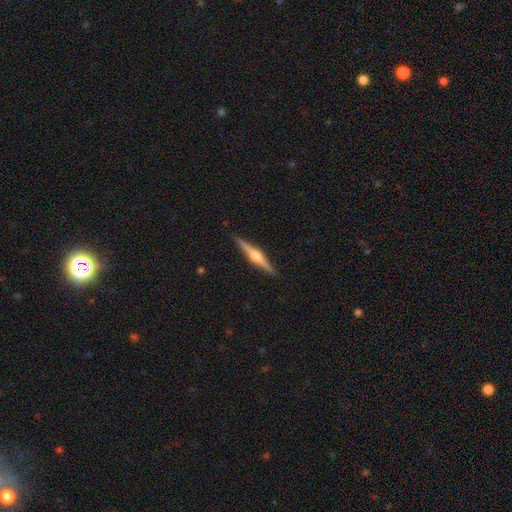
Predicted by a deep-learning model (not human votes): The model was most divided on "smooth or featured": featured or disk: 78%, smooth: 16%, star or artifact: 5%. More confident: edge-on disk — yes (98%); merging — none (92%); edge-on bulge — rounded (88%).